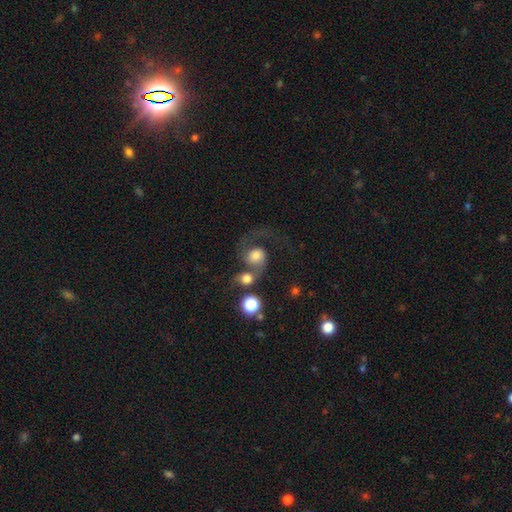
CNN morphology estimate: Smooth or featured: featured or disk — 55% (smooth — 36%)
Edge-on disk: no — 97% (yes — 3%)
Bar: no — 74% (weak — 22%)
Spiral arms: yes — 87% (no — 13%)
Bulge size: moderate — 44% (large — 28%)
Merging: merger — 46% (none — 24%)